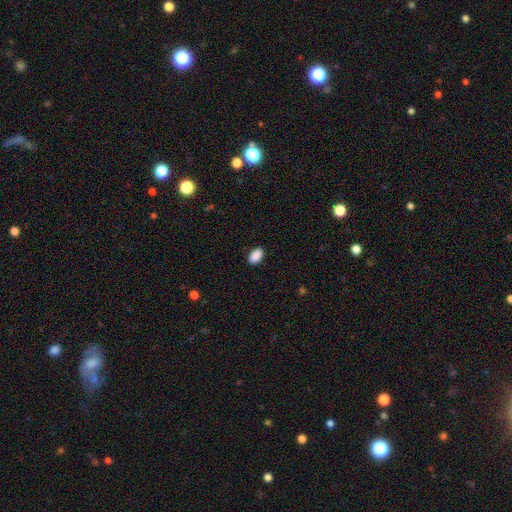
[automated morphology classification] Smooth or featured?
  - smooth: 90% *
  - star or artifact: 7%
  - featured or disk: 3%
How rounded?
  - in between: 92% *
  - round: 7%
  - cigar-shaped: 1%
Merging?
  - none: 89% *
  - minor disturbance: 8%
  - major disturbance: 2%
  - merger: 1%